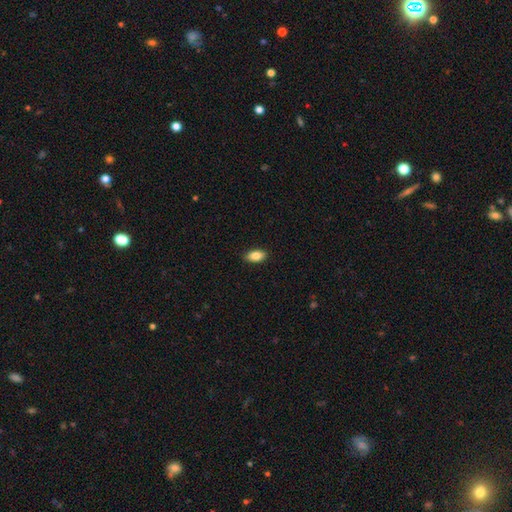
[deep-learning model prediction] This is clearly a smooth galaxy (87%). How rounded: clearly in between (91%). Merging: clearly none (89%).